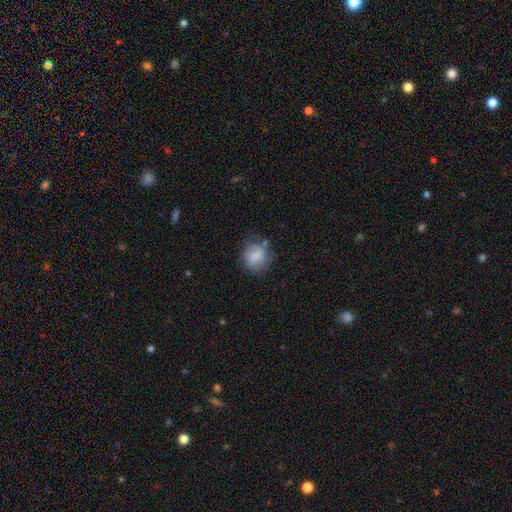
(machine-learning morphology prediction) smooth_or_featured: smooth (p=0.73) [alt: featured or disk p=0.19]
how_rounded: round (p=0.75) [alt: in between p=0.24]
merging: none (p=0.63) [alt: minor disturbance p=0.24]